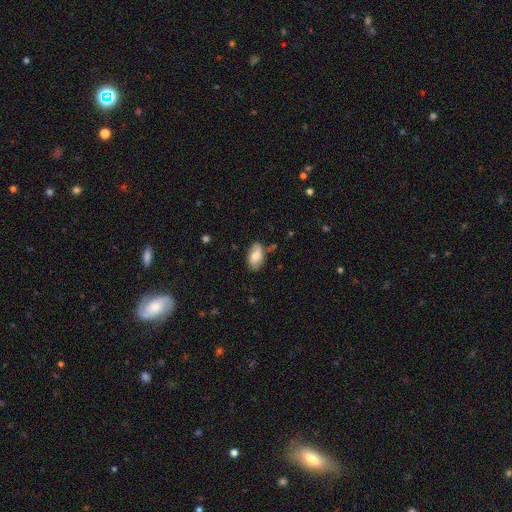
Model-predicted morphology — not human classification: smooth-or-featured: smooth: 68% | featured or disk: 25% | star or artifact: 7%
  how-rounded: in between: 93% | round: 4% | cigar-shaped: 2%
  merging: none: 71% | minor disturbance: 21% | major disturbance: 5% | merger: 3%